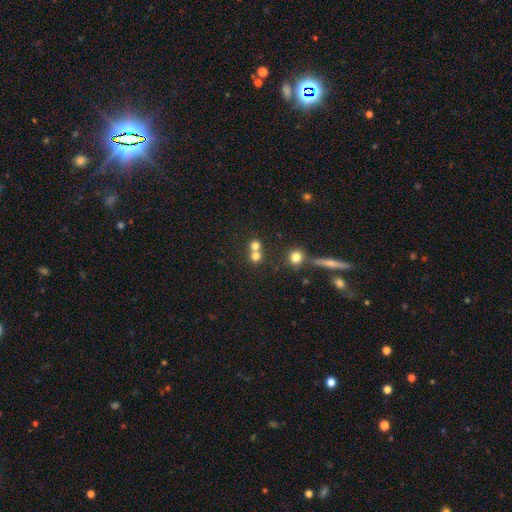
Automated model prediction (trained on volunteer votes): smooth_or_featured: smooth (p=0.72) [alt: star or artifact p=0.16]
how_rounded: round (p=0.88) [alt: in between p=0.11]
merging: merger (p=0.48) [alt: none p=0.44]